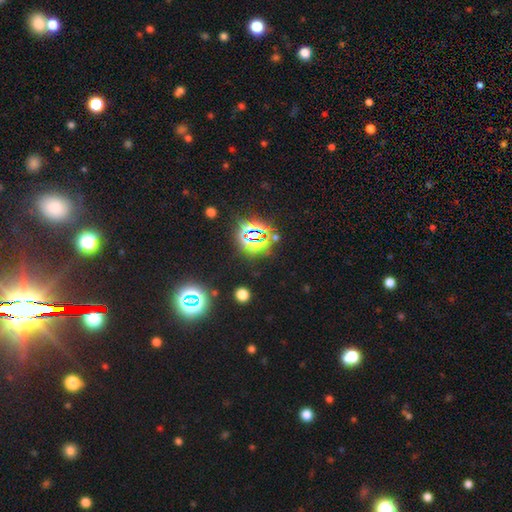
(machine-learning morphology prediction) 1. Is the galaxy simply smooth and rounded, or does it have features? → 79% star or artifact, 14% smooth, 8% featured or disk.